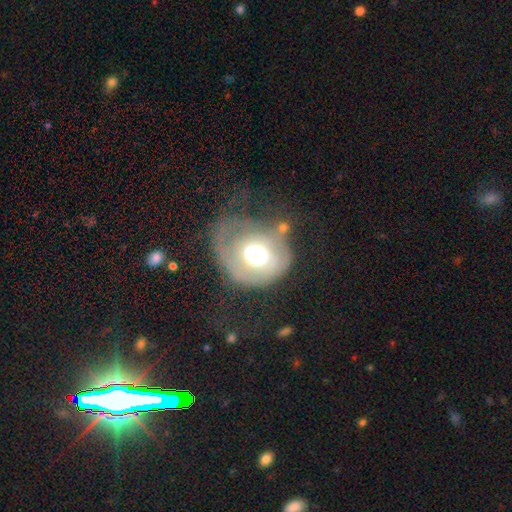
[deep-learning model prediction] Morphology: type=smooth (46%); merging=major disturbance (47%).